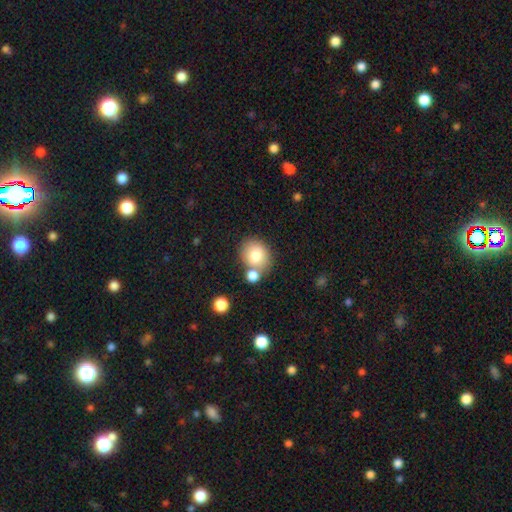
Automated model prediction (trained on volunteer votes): smooth_or_featured: smooth (p=0.79) [alt: featured or disk p=0.11]
how_rounded: round (p=0.65) [alt: in between p=0.34]
merging: none (p=0.61) [alt: merger p=0.24]